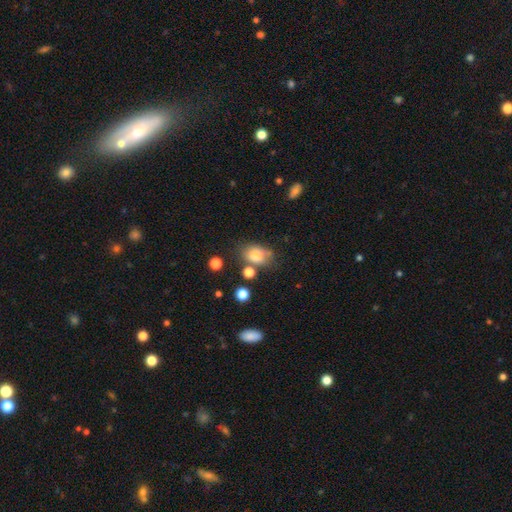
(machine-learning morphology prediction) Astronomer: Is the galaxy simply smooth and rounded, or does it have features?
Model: smooth — 77%.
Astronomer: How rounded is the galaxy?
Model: in between — 71%.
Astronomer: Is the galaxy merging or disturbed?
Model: none — 55%.